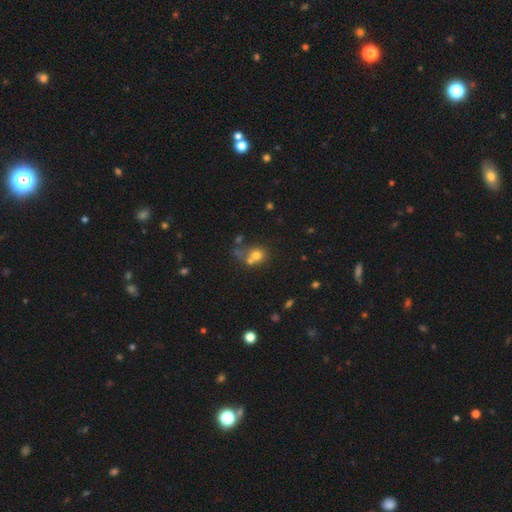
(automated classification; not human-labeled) Morphology: type=smooth (68%); roundness=round (76%); merging=merger (46%).